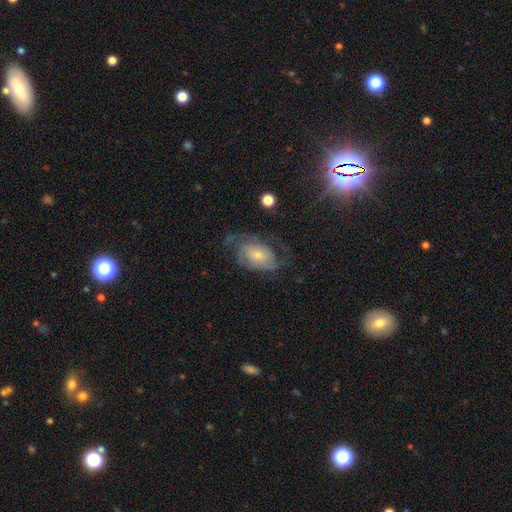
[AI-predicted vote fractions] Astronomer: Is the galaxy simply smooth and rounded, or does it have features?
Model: featured or disk — 71%.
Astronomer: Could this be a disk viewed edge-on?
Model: no — 96%.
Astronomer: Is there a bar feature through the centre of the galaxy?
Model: no — 69%.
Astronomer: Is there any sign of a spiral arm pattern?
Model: yes — 91%.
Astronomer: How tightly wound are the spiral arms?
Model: tight — 45% (runner-up: medium, 41%).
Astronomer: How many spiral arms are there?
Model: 2 — 46% (runner-up: can't tell, 27%).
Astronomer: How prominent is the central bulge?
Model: small — 54% (runner-up: moderate, 35%).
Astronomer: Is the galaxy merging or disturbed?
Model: none — 66%.